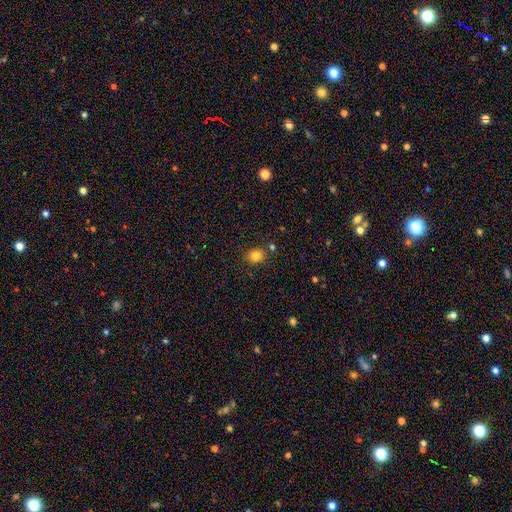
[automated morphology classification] This is clearly a smooth galaxy (81%). How rounded: likely round (68%). Merging: likely none (78%).